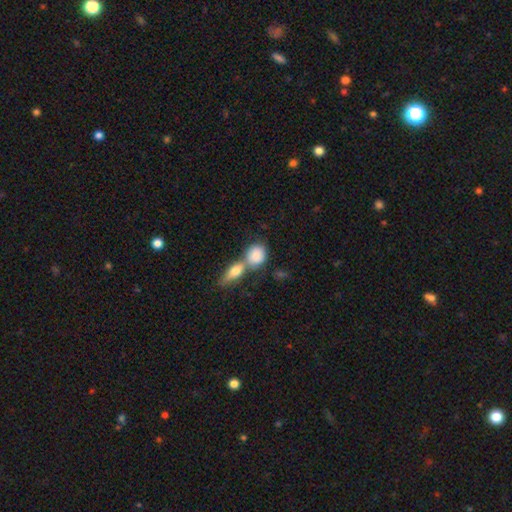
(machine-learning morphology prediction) Q: Smooth or featured?
A: smooth (82%); runner-up: featured or disk (11%)
Q: How rounded?
A: round (53%); runner-up: in between (43%)
Q: Merging?
A: merger (56%); runner-up: none (31%)